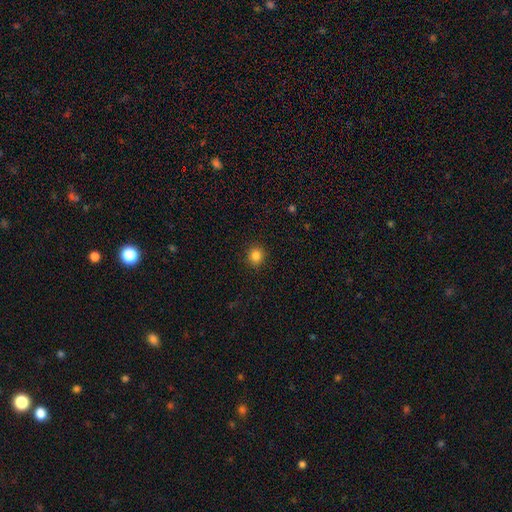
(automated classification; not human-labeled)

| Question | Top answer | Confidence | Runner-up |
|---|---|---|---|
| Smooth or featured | smooth | 84% | star or artifact (12%) |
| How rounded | round | 86% | in between (13%) |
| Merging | none | 90% | minor disturbance (6%) |